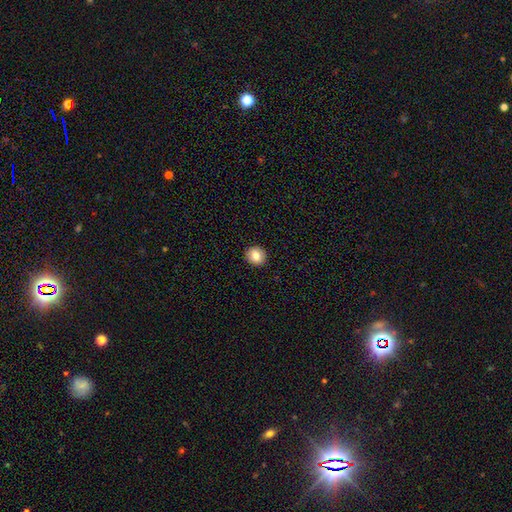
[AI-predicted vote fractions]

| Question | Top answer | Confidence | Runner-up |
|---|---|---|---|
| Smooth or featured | smooth | 81% | featured or disk (10%) |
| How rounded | round | 81% | in between (18%) |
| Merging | none | 92% | minor disturbance (5%) |